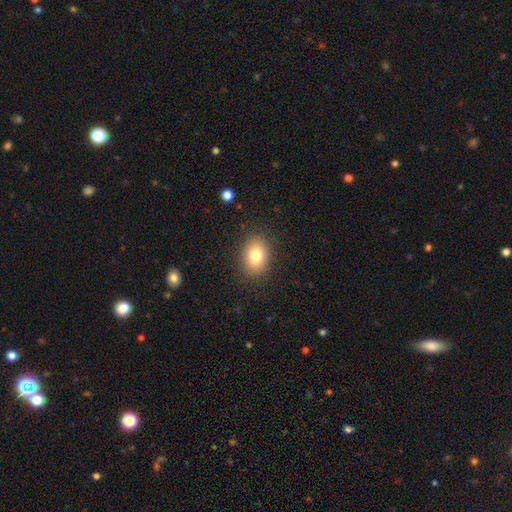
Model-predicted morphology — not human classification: A smooth galaxy with no disk features (81%) that is in between round and cigar-shaped (74%).

Vote fractions:
- Smooth or featured? smooth: 81% / star or artifact: 9% / featured or disk: 9%
- How rounded? in between: 74% / round: 25% / cigar-shaped: 1%
- Merging? none: 87% / minor disturbance: 9% / major disturbance: 3% / merger: 1%